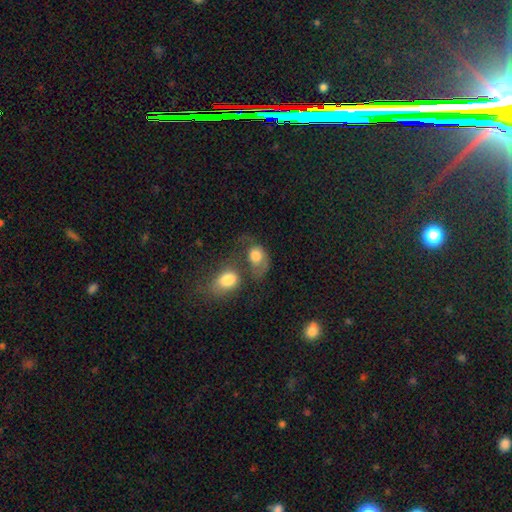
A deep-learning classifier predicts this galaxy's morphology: Smooth or featured: smooth — 72% (featured or disk — 19%)
How rounded: in between — 57% (round — 42%)
Merging: merger — 46% (major disturbance — 22%)